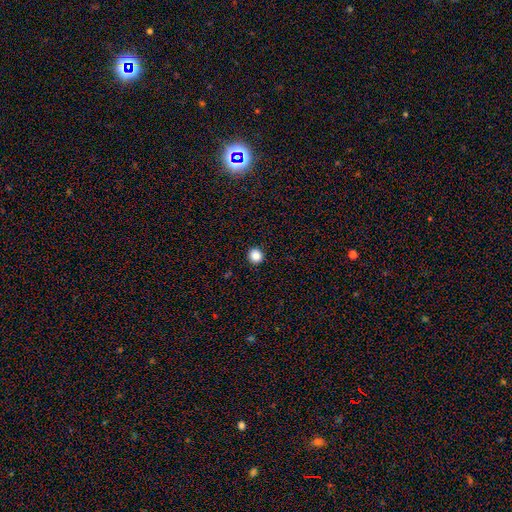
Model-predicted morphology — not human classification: This appears to be a smooth galaxy with no disk features (87%) that is round (92%). Merging: none (93%).